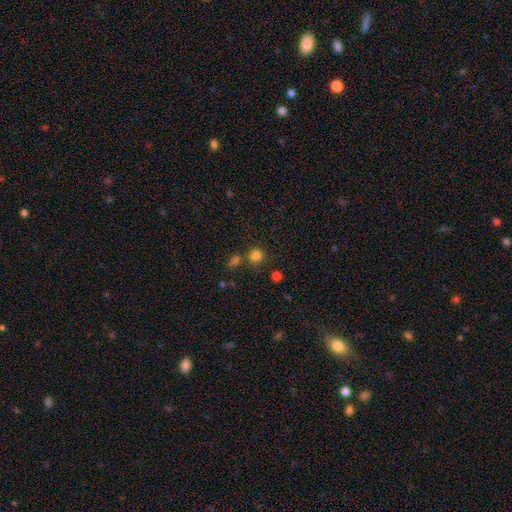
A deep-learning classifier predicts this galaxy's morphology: A smooth galaxy with no disk features (79%) that is round (84%).

Vote fractions:
- Smooth or featured? smooth: 79% / star or artifact: 16% / featured or disk: 5%
- How rounded? round: 84% / in between: 15% / cigar-shaped: 1%
- Merging? none: 67% / merger: 18% / minor disturbance: 10% / major disturbance: 5%